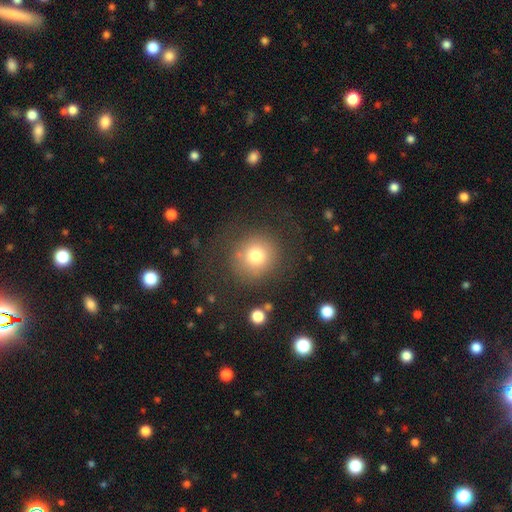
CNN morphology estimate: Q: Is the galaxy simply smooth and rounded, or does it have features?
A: smooth — 75%.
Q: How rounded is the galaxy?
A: round — 90%.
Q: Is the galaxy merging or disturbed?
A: none — 76%.